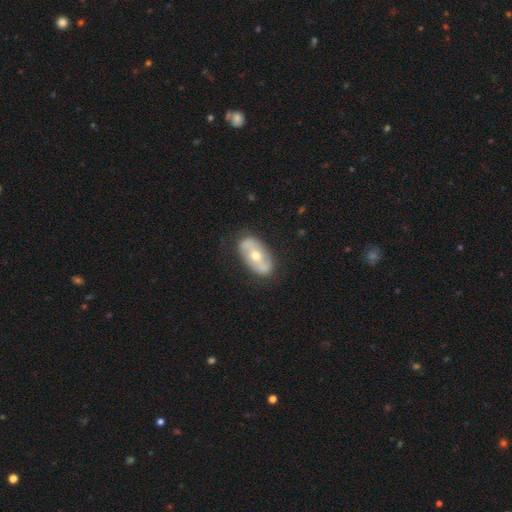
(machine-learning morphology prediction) Smooth or featured: featured or disk — 61% (smooth — 33%)
Edge-on disk: no — 90% (yes — 10%)
Bar: no — 56% (weak — 22%)
Spiral arms: no — 54% (yes — 46%)
Bulge size: moderate — 65% (small — 30%)
Merging: none — 79% (minor disturbance — 15%)